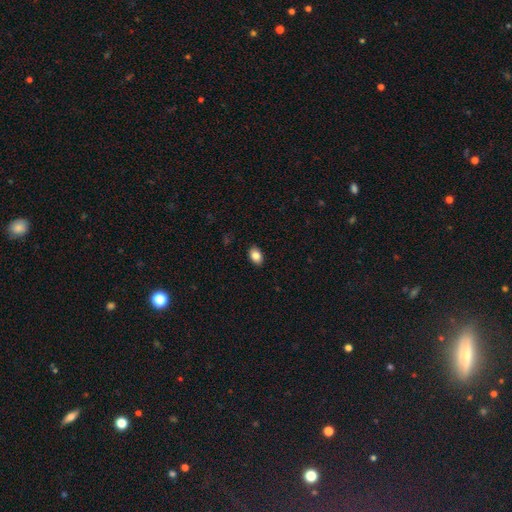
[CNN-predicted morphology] type=smooth (84%); roundness=in between (84%); merging=none (89%).